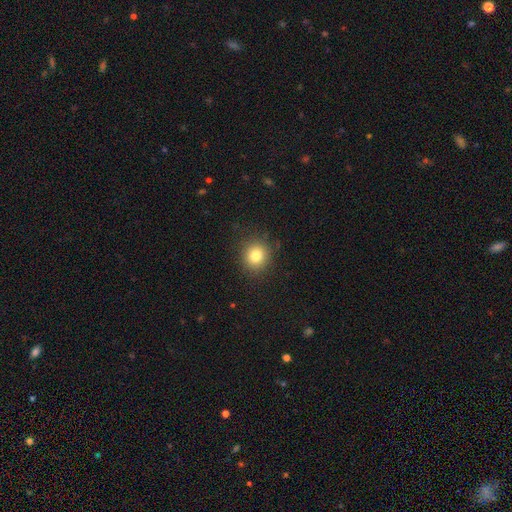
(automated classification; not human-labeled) smooth 80%, star or artifact 12%, featured or disk 8%. Down the decision tree: how rounded — round (89%); merging — none (88%).